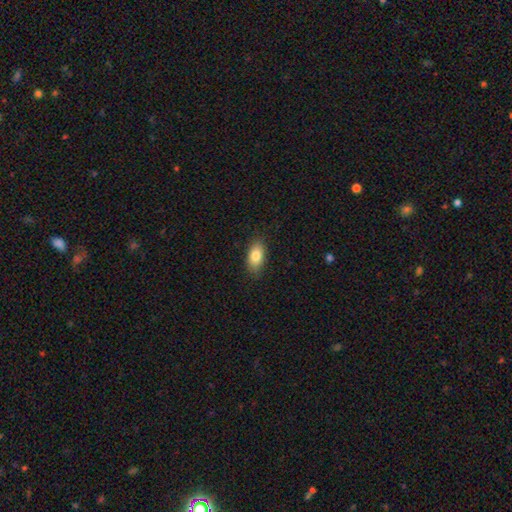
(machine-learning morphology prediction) A smooth galaxy with no disk features (84%) that is in between round and cigar-shaped (89%). Merging: none (86%).